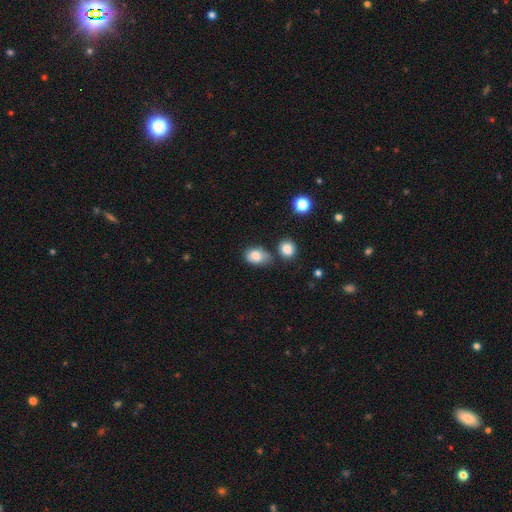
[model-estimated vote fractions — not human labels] A smooth galaxy with no disk features (82%) that is in between round and cigar-shaped (77%).

Vote fractions:
- Smooth or featured? smooth: 82% / featured or disk: 10% / star or artifact: 9%
- How rounded? in between: 77% / round: 22% / cigar-shaped: 1%
- Merging? none: 54% / minor disturbance: 26% / merger: 14% / major disturbance: 7%